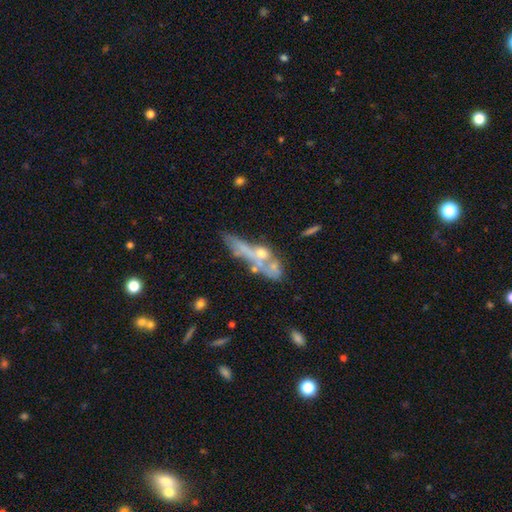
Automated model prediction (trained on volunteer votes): Morphology: type=featured or disk (54%); edge-on=no (60%); merging=none (38%).